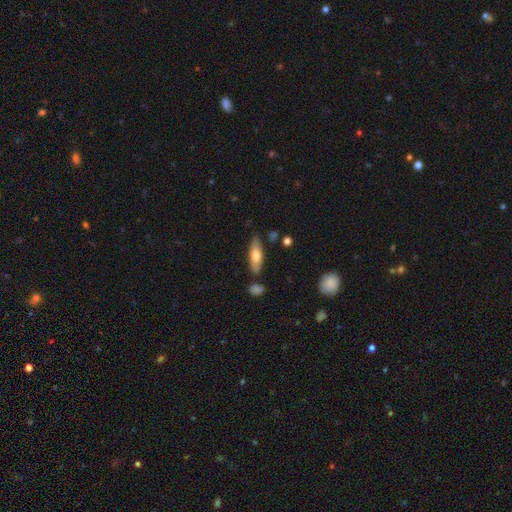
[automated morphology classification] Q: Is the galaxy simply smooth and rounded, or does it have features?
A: smooth — 66%.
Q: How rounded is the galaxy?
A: cigar-shaped — 50%.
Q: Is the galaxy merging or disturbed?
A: none — 76%.